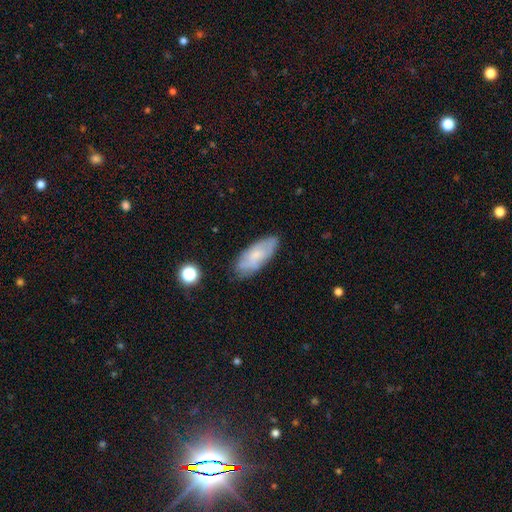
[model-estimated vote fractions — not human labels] A smooth galaxy with no disk features (59%) that is in between round and cigar-shaped (81%). Merging: none (74%).